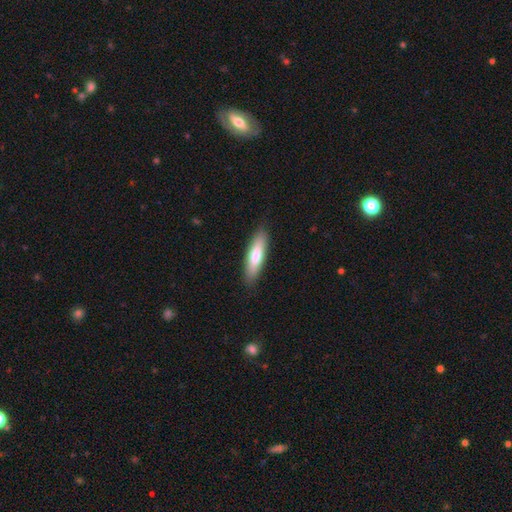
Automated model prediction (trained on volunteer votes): A smooth galaxy with no disk features (74%) that is cigar-shaped (65%).

Vote fractions:
- Smooth or featured? smooth: 74% / featured or disk: 21% / star or artifact: 5%
- How rounded? cigar-shaped: 65% / in between: 34% / round: 1%
- Merging? none: 88% / minor disturbance: 9% / major disturbance: 2% / merger: 1%